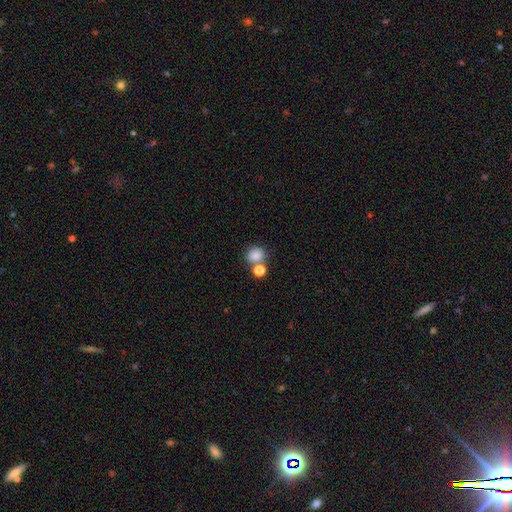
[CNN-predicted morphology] This appears to be a smooth galaxy with no disk features (81%) that is round (82%). Merging: none (58%).